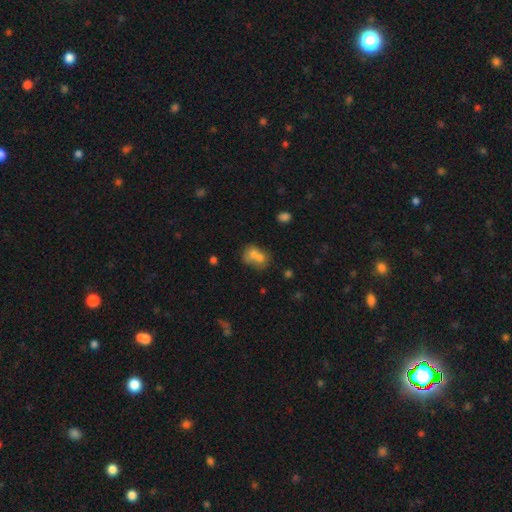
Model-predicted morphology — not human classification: Smooth or featured? Predicted: smooth (p=0.67). How rounded? Predicted: round (p=0.50). Merging? Predicted: merger (p=0.67).